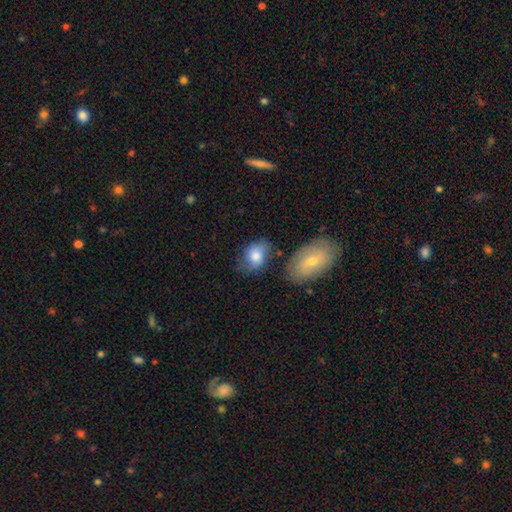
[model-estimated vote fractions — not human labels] Smooth or featured? smooth (71%)
How rounded? in between (72%)
Merging? none (54%)